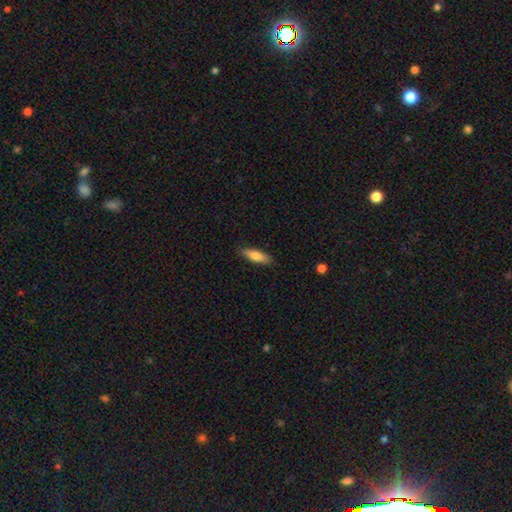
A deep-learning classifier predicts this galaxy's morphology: type=smooth (75%); roundness=cigar-shaped (51%); merging=none (87%).